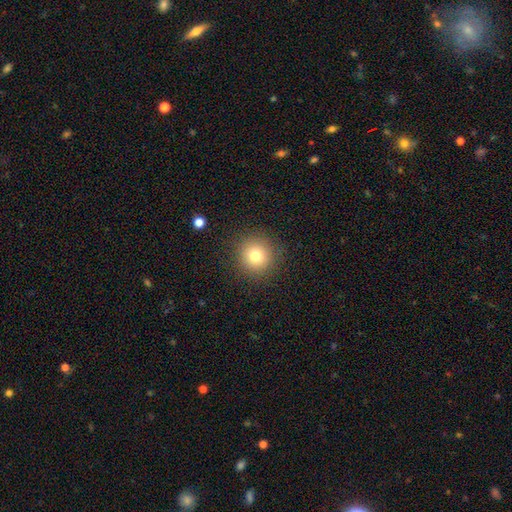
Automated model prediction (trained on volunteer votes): A smooth galaxy with no disk features (78%) that is round (94%). Merging: none (89%).